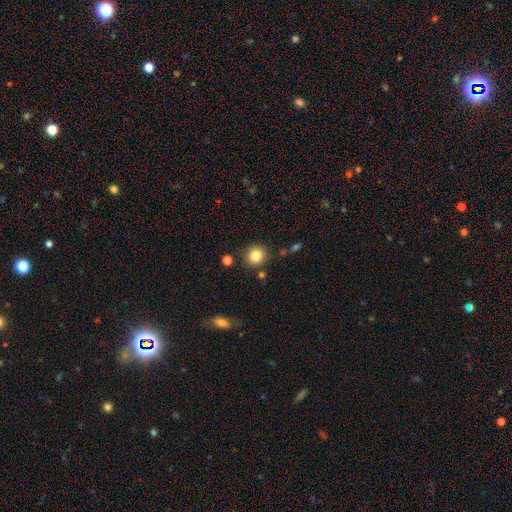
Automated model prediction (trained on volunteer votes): Smooth or featured? Predicted: smooth (p=0.83). How rounded? Predicted: round (p=0.91). Merging? Predicted: none (p=0.86).